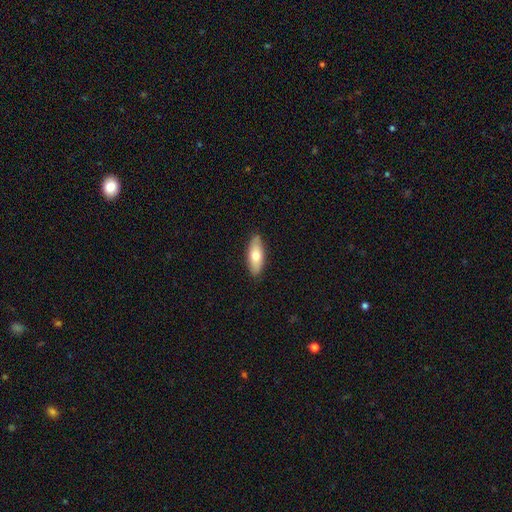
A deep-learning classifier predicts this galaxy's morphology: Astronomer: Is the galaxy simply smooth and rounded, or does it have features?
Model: smooth — 71%.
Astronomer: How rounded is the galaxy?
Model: in between — 75%.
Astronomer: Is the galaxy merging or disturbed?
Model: none — 86%.